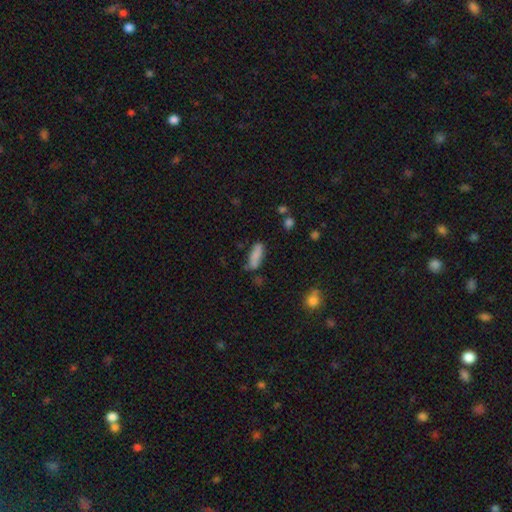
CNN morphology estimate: A smooth galaxy with no disk features (84%) that is in between round and cigar-shaped (59%). Merging: none (67%).